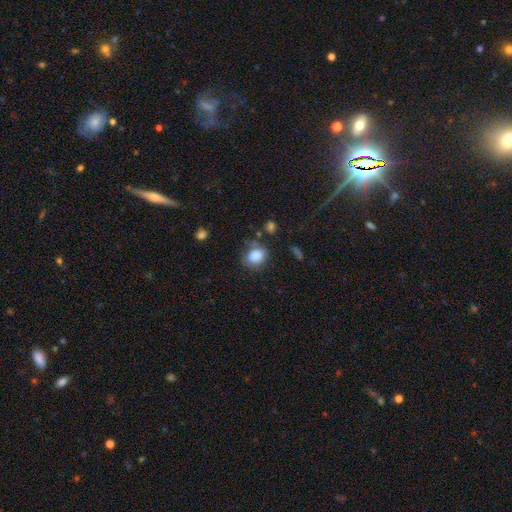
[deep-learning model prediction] Smooth or featured? Predicted: smooth (p=0.84). How rounded? Predicted: round (p=0.60). Merging? Predicted: none (p=0.62).